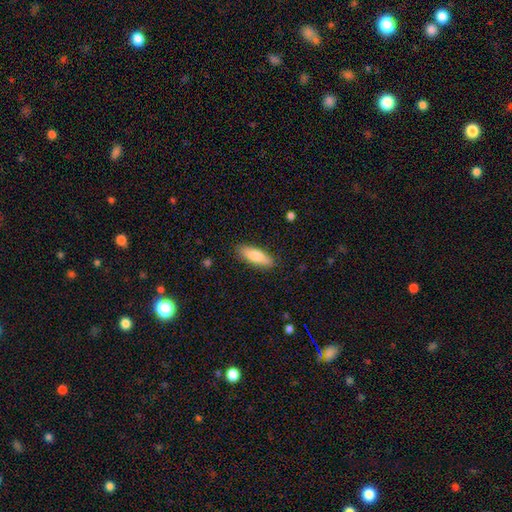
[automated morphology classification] Smooth or featured? Predicted: smooth (p=0.80). How rounded? Predicted: in between (p=0.55). Merging? Predicted: none (p=0.87).